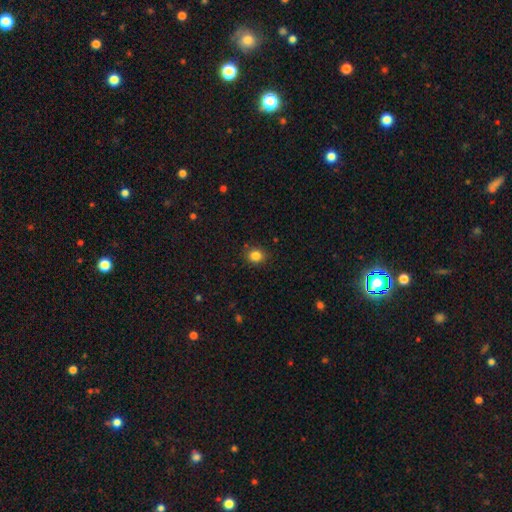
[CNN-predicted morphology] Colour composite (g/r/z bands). It shows a smooth galaxy with no disk features (84%) that is round (73%). Merging: none (86%).